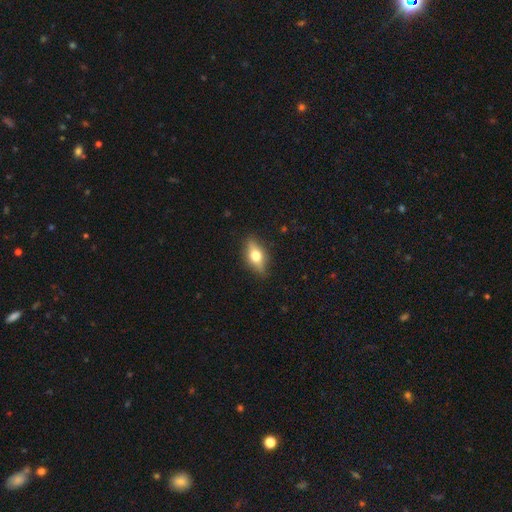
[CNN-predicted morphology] This is possibly a smooth galaxy (57%). How rounded: likely in between (78%). Merging: clearly none (85%).